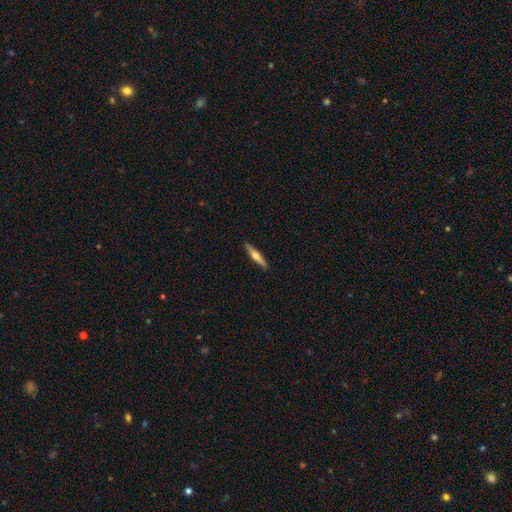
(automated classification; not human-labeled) A featured or disk galaxy (58%) viewed edge-on (97%) with a rounded central bulge (90%).

Vote fractions:
- Smooth or featured? featured or disk: 58% / smooth: 37% / star or artifact: 5%
- Edge-on disk? yes: 97% / no: 3%
- Edge-on bulge? rounded: 90% / none: 5% / boxy: 5%
- Merging? none: 90% / minor disturbance: 7% / major disturbance: 1% / merger: 1%